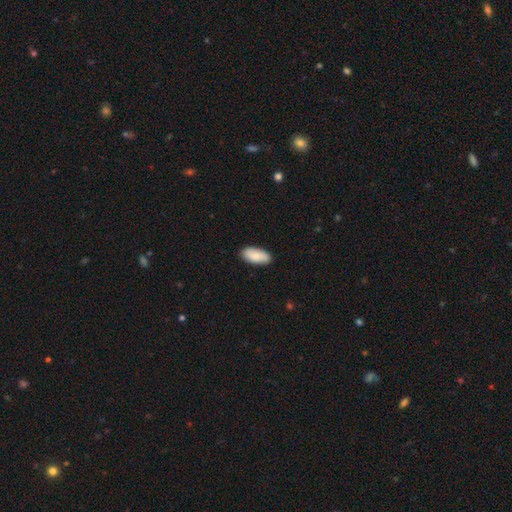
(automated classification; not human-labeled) smooth 86%, featured or disk 8%, star or artifact 5%. Down the decision tree: how rounded — in between (90%); merging — none (88%).